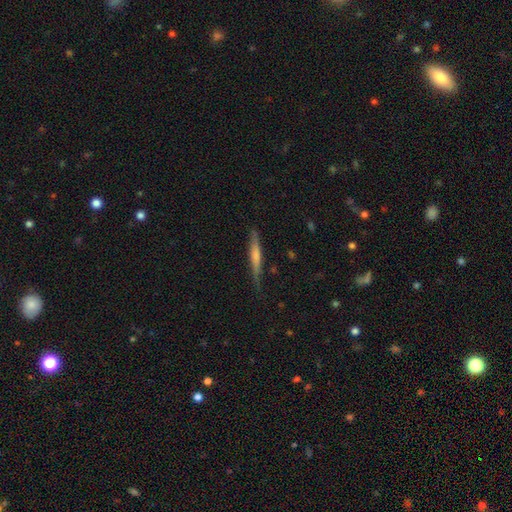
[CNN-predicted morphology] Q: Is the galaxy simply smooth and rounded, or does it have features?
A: smooth — 49%.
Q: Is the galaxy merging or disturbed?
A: none — 79%.